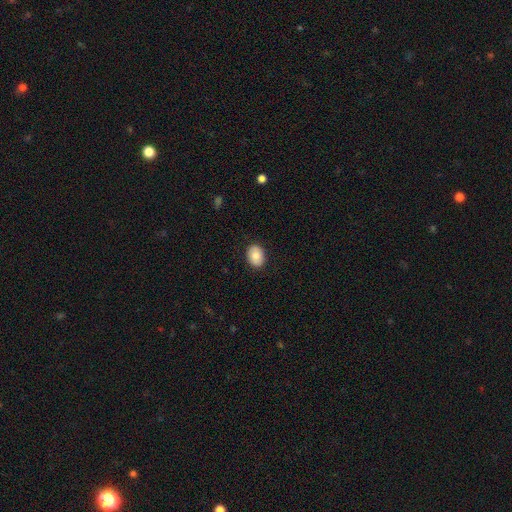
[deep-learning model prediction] Smooth or featured: smooth — 81% (featured or disk — 12%)
How rounded: in between — 66% (round — 33%)
Merging: none — 89% (minor disturbance — 8%)